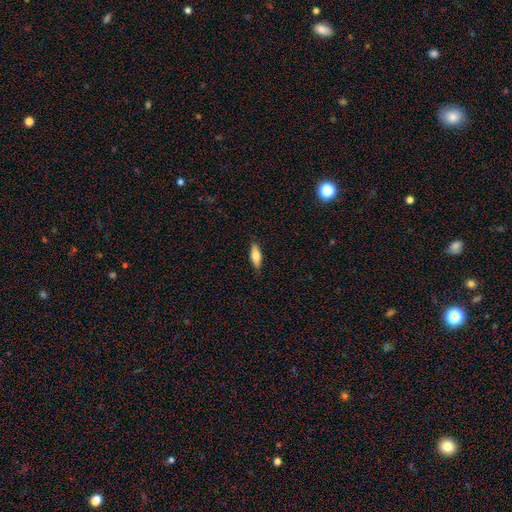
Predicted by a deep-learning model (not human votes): A smooth galaxy with no disk features (70%) that is in between round and cigar-shaped (60%). Merging: none (86%).